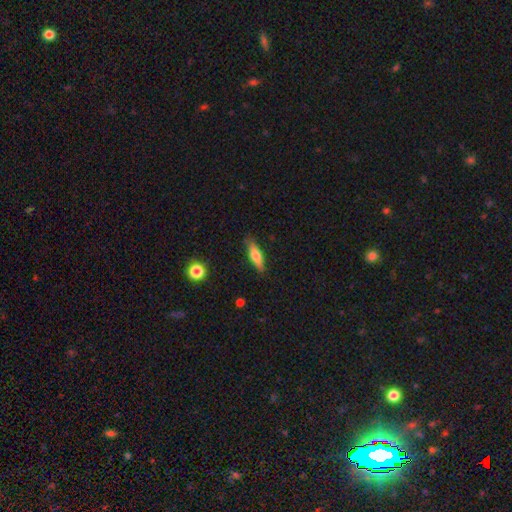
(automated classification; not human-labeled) smooth 63%, featured or disk 30%, star or artifact 7%. Down the decision tree: how rounded — cigar-shaped (61%); merging — none (83%).